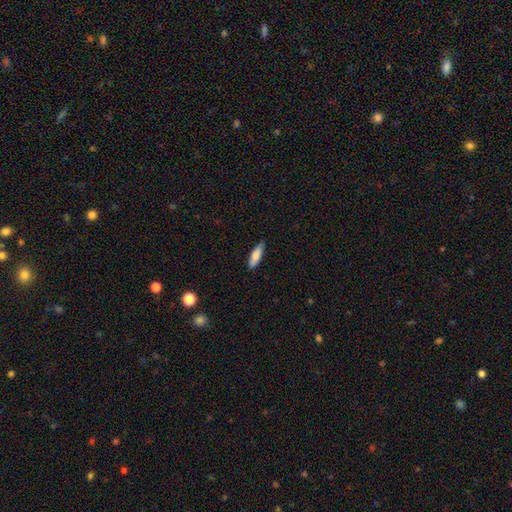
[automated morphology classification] smooth-or-featured: smooth: 80% | featured or disk: 14% | star or artifact: 6%
  how-rounded: cigar-shaped: 53% | in between: 45% | round: 2%
  merging: none: 85% | minor disturbance: 12% | major disturbance: 2% | merger: 1%